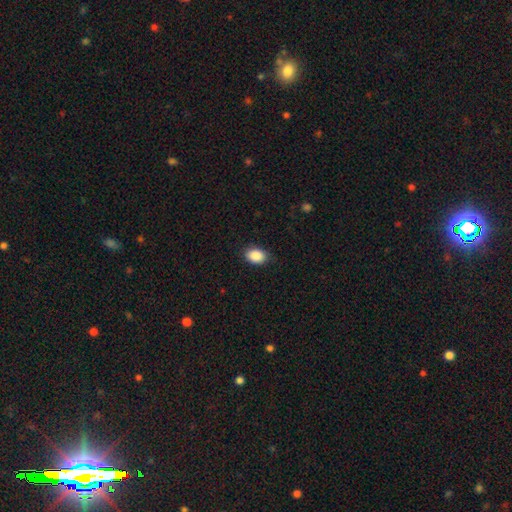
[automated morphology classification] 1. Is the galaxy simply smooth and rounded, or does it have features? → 89% smooth, 8% star or artifact, 3% featured or disk.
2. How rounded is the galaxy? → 76% in between, 23% round, 1% cigar-shaped.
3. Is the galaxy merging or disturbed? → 86% none, 11% minor disturbance, 2% major disturbance, 1% merger.